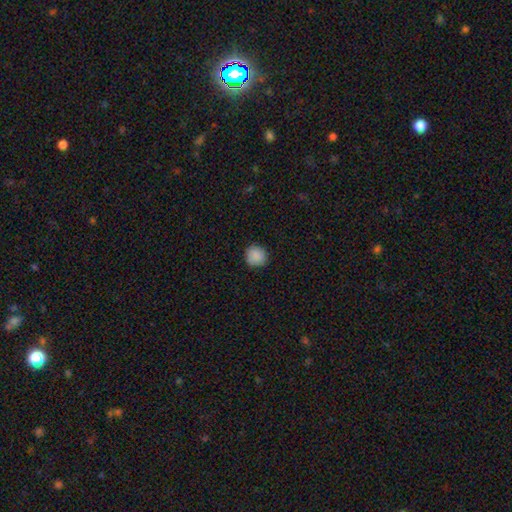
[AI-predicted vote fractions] Smooth or featured? Predicted: smooth (p=0.88). How rounded? Predicted: round (p=0.89). Merging? Predicted: none (p=0.87).